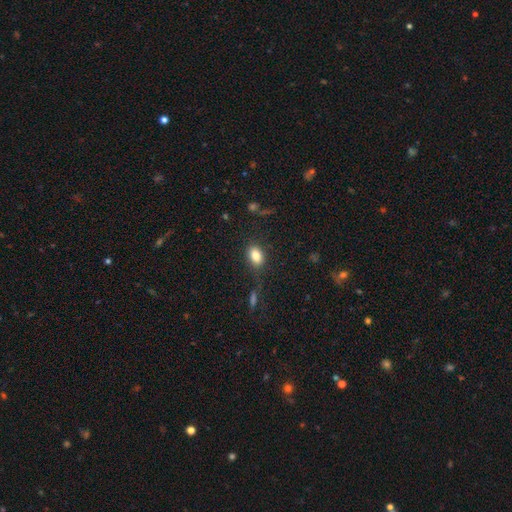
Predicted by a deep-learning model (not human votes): The model was most divided on "how rounded": in between: 80%, round: 18%, cigar-shaped: 2%. More confident: smooth or featured — smooth (83%); merging — none (79%).